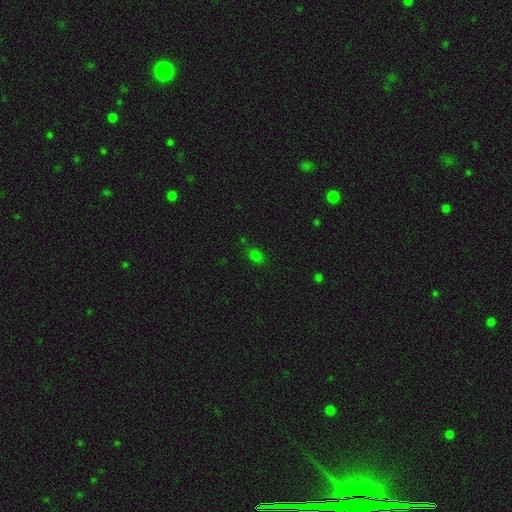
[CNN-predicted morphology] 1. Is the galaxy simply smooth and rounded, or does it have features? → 74% smooth, 22% star or artifact, 5% featured or disk.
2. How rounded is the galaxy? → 80% in between, 18% round, 2% cigar-shaped.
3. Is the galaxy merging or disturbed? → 77% none, 16% minor disturbance, 4% major disturbance, 3% merger.